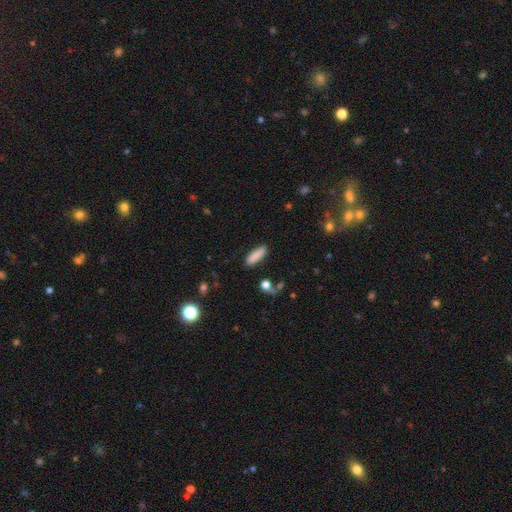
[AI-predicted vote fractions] A smooth galaxy with no disk features (87%) that is cigar-shaped (53%). Merging: none (86%).